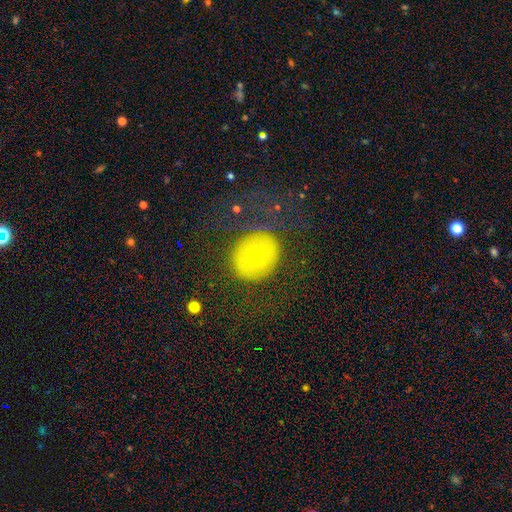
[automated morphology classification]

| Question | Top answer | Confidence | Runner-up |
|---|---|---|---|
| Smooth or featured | smooth | 61% | featured or disk (25%) |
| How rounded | round | 81% | in between (18%) |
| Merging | none | 77% | minor disturbance (11%) |